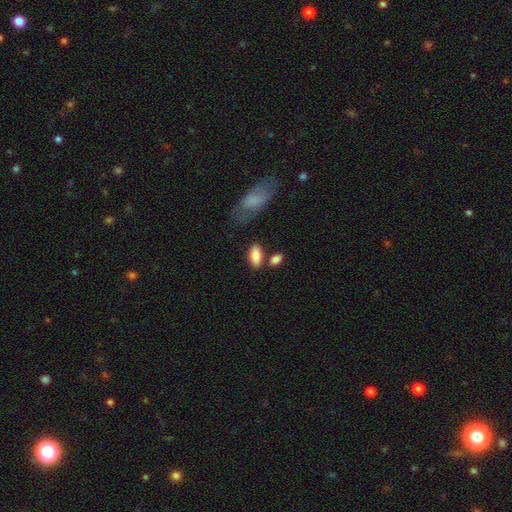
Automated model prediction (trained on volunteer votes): The model was most divided on "merging": none: 69%, minor disturbance: 13%, merger: 13%, major disturbance: 4%. More confident: how rounded — in between (89%); smooth or featured — smooth (87%).